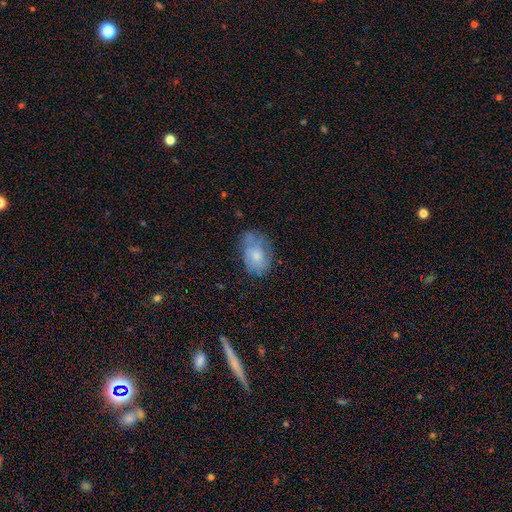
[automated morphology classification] Smooth or featured? Predicted: smooth (p=0.59). How rounded? Predicted: in between (p=0.80). Merging? Predicted: none (p=0.52).